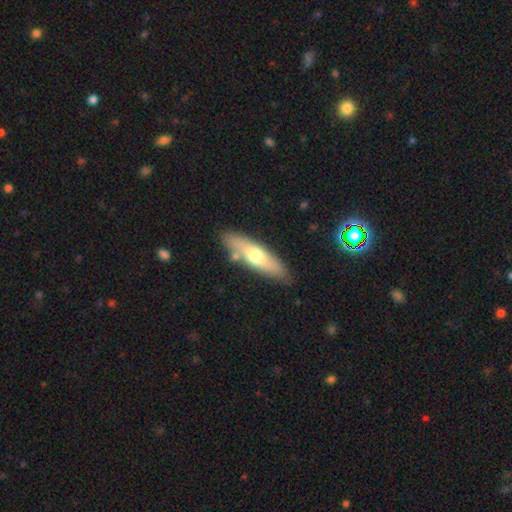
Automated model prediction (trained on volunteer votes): Smooth or featured: smooth — 59% (featured or disk — 36%)
How rounded: cigar-shaped — 63% (in between — 35%)
Merging: none — 81% (minor disturbance — 12%)